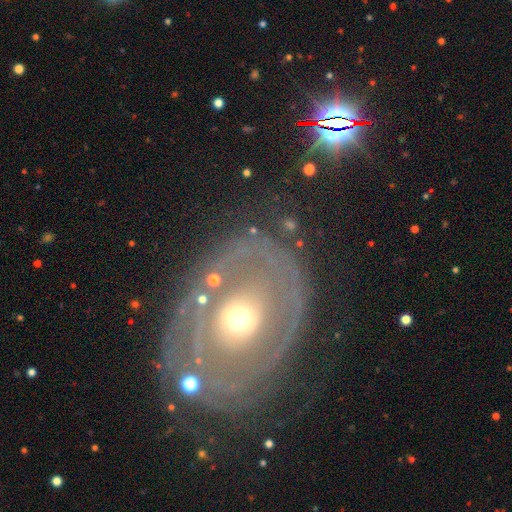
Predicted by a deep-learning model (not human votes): Overall: featured or disk (75%). Edge-on disk: no (95%). Bar: no (86%). Spiral arms: yes (59%; no 41%). Bulge size: moderate (59%; small 31%). Merging: none (74%).